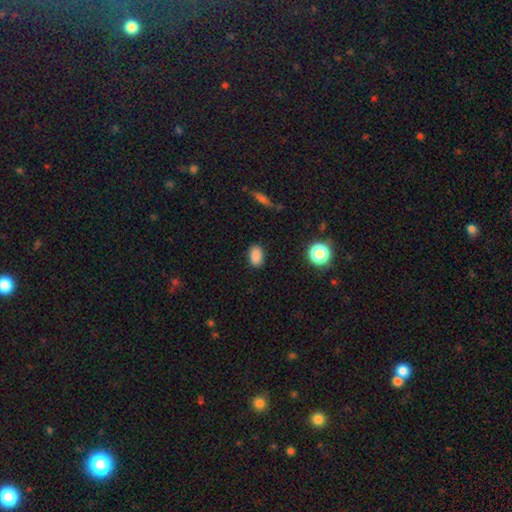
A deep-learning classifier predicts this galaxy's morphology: A smooth galaxy with no disk features (86%) that is in between round and cigar-shaped (84%).

Vote fractions:
- Smooth or featured? smooth: 86% / star or artifact: 10% / featured or disk: 4%
- How rounded? in between: 84% / round: 15% / cigar-shaped: 2%
- Merging? none: 86% / minor disturbance: 10% / major disturbance: 3% / merger: 1%